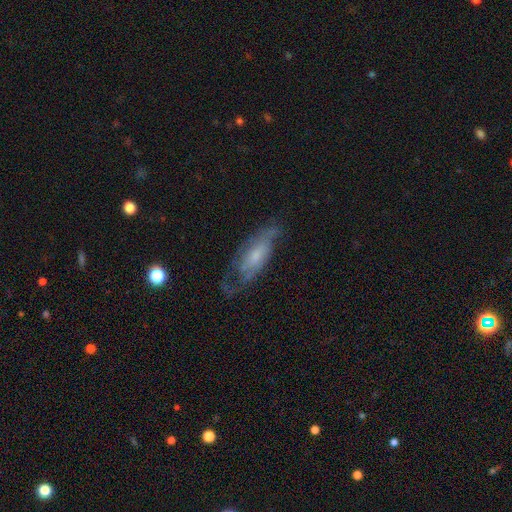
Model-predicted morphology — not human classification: smooth-or-featured: featured or disk: 61% | smooth: 32% | star or artifact: 8%
  disk-edge-on: no: 80% | yes: 20%
  merging: none: 52% | minor disturbance: 26% | major disturbance: 20% | merger: 2%